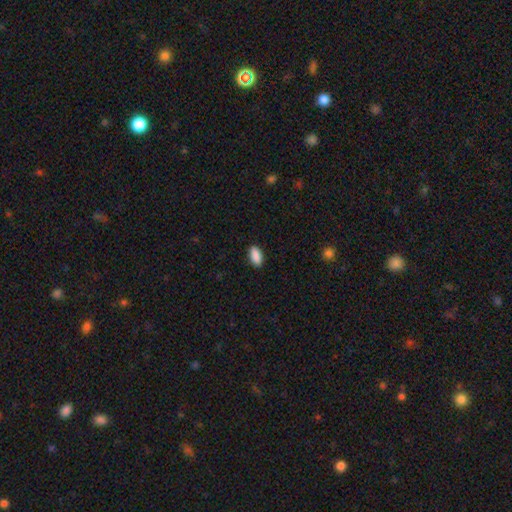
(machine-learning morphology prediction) smooth_or_featured: smooth (p=0.90) [alt: star or artifact p=0.07]
how_rounded: in between (p=0.88) [alt: cigar-shaped p=0.10]
merging: none (p=0.88) [alt: minor disturbance p=0.09]